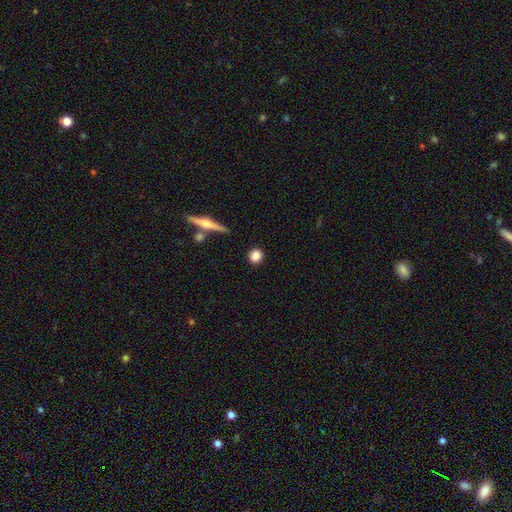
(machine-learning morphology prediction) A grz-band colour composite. It shows a smooth galaxy with no disk features (84%) that is round (90%). Merging: none (89%).